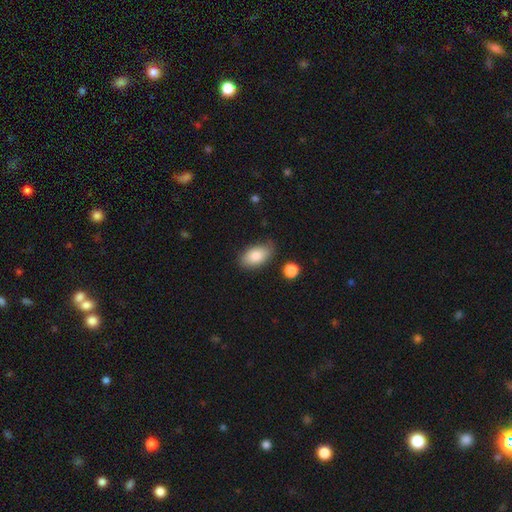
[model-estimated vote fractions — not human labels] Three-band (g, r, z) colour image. It shows a smooth galaxy with no disk features (84%) that is in between round and cigar-shaped (93%). Merging: none (76%).